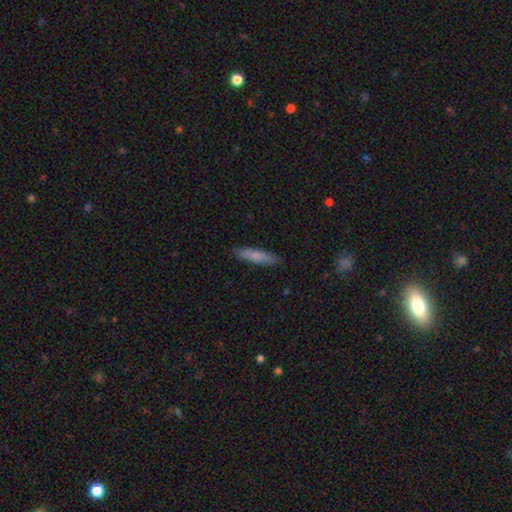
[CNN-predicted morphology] smooth_or_featured: smooth (p=0.77) [alt: featured or disk p=0.18]
how_rounded: cigar-shaped (p=0.84) [alt: in between p=0.15]
merging: none (p=0.88) [alt: minor disturbance p=0.09]